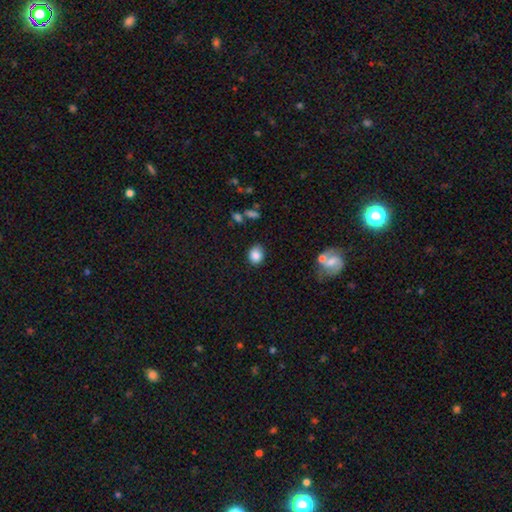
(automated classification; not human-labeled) Q: Smooth or featured?
A: smooth (85%); runner-up: star or artifact (9%)
Q: How rounded?
A: round (56%); runner-up: in between (43%)
Q: Merging?
A: none (82%); runner-up: minor disturbance (12%)